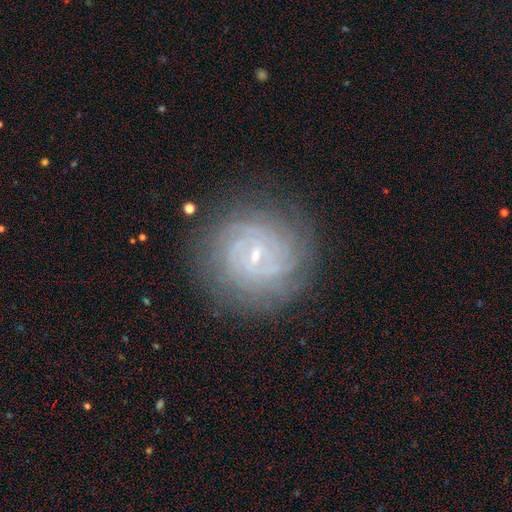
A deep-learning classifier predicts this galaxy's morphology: type=featured or disk (80%); edge-on=no (97%); bar=weak (46%); spiral arms=yes (95%); winding=tight (80%); arm count=can't tell (34%); bulge=small (85%); merging=none (83%).